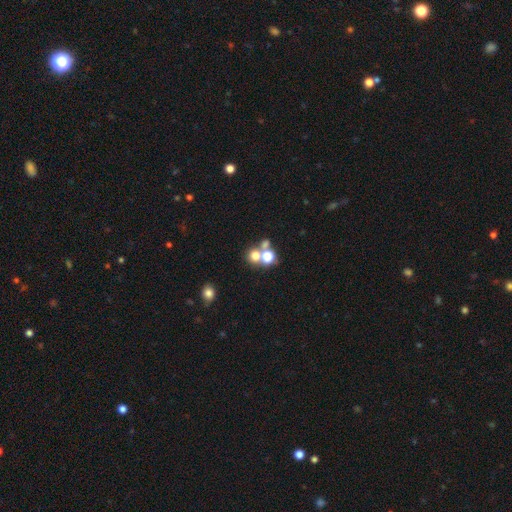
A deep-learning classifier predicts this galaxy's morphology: Smooth or featured: smooth — 65% (star or artifact — 21%)
How rounded: round — 85% (in between — 14%)
Merging: none — 47% (merger — 42%)